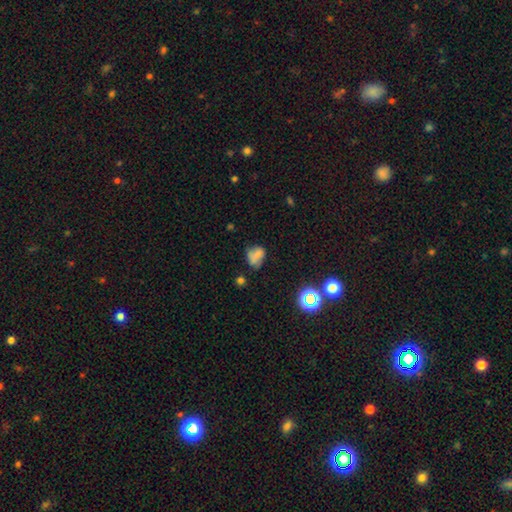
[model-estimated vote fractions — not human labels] Smooth or featured? Predicted: smooth (p=0.63). How rounded? Predicted: in between (p=0.66). Merging? Predicted: none (p=0.42).